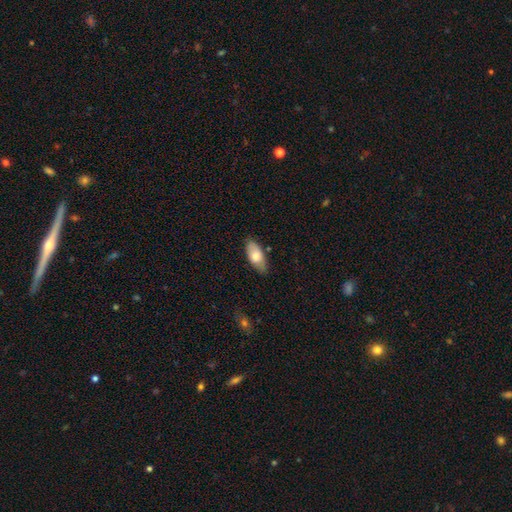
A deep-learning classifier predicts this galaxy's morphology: smooth 76%, featured or disk 18%, star or artifact 6%. Down the decision tree: how rounded — in between (88%); merging — none (77%).